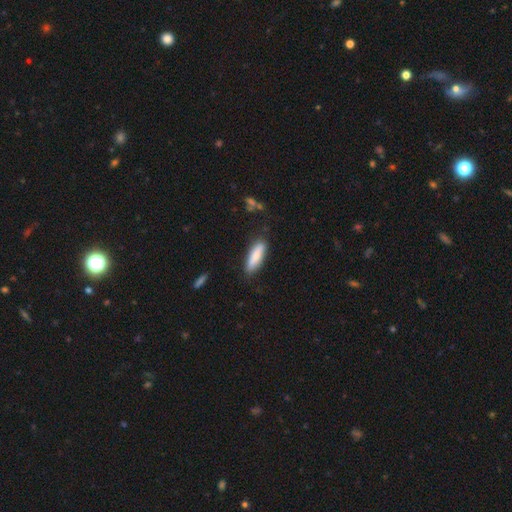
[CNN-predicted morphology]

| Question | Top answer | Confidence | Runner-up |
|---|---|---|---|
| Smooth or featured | smooth | 81% | featured or disk (13%) |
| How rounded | cigar-shaped | 57% | in between (41%) |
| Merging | none | 81% | minor disturbance (14%) |